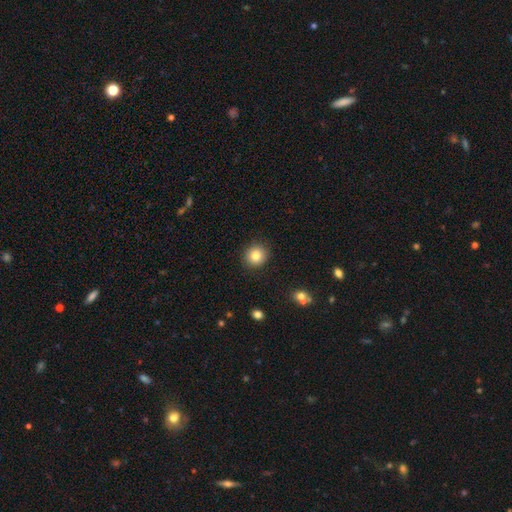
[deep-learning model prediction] The model was most divided on "smooth or featured": smooth: 83%, star or artifact: 10%, featured or disk: 7%. More confident: merging — none (90%); how rounded — round (89%).